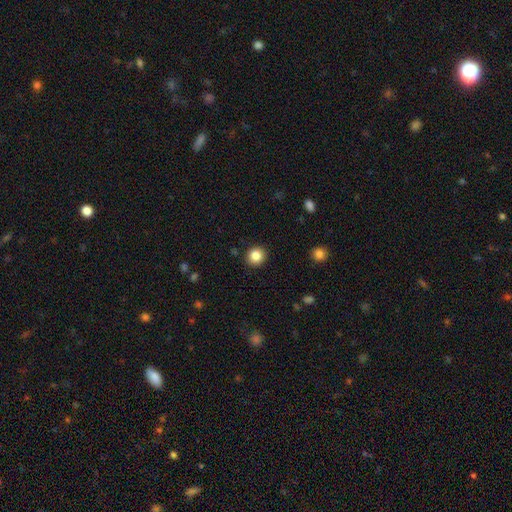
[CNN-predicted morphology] Smooth or featured: smooth — 85% (star or artifact — 10%)
How rounded: round — 89% (in between — 10%)
Merging: none — 92% (minor disturbance — 5%)